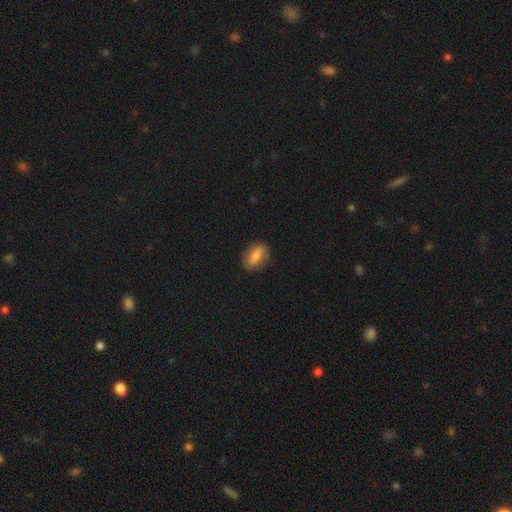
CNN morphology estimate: Smooth or featured? smooth (69%)
How rounded? in between (84%)
Merging? none (81%)